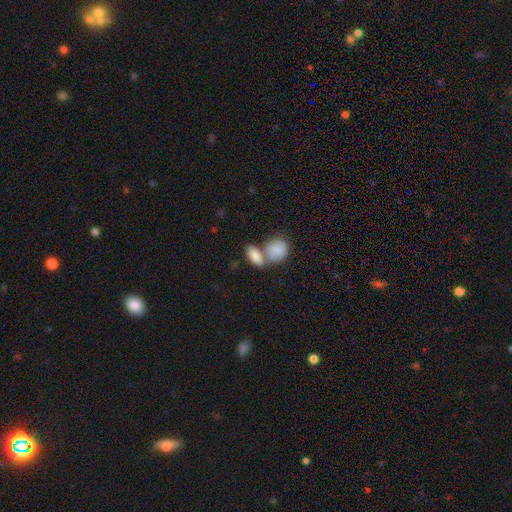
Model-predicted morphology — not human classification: Overall: smooth (83%). How rounded: in between (86%). Merging: merger (53%; none 34%).